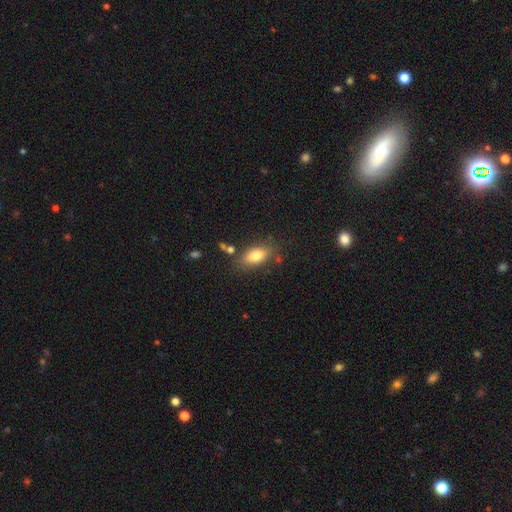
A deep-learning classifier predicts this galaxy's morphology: A smooth galaxy with no disk features (80%) that is in between round and cigar-shaped (87%).

Vote fractions:
- Smooth or featured? smooth: 80% / featured or disk: 12% / star or artifact: 8%
- How rounded? in between: 87% / cigar-shaped: 8% / round: 5%
- Merging? none: 76% / minor disturbance: 14% / merger: 5% / major disturbance: 4%